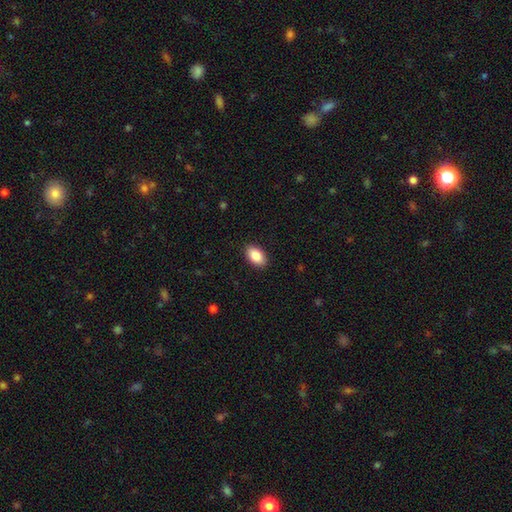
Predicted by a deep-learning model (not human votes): The model was most divided on "smooth or featured": smooth: 87%, star or artifact: 7%, featured or disk: 6%. More confident: how rounded — in between (93%); merging — none (90%).